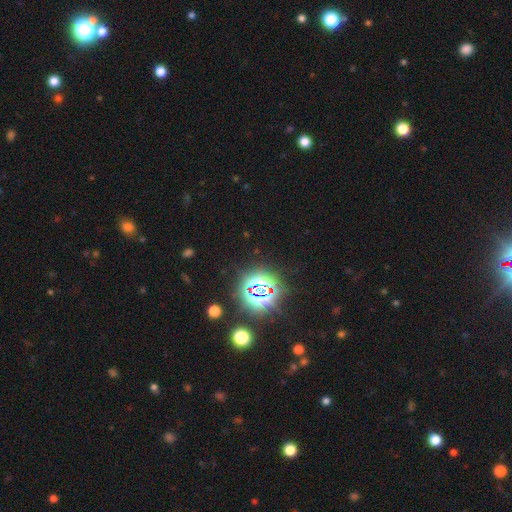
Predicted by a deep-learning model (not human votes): Smooth or featured? star or artifact (81%)